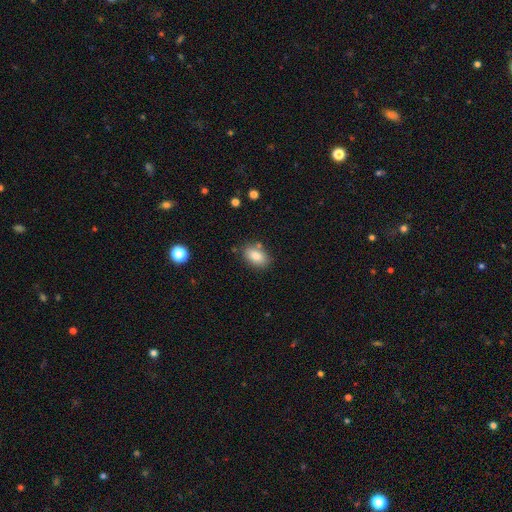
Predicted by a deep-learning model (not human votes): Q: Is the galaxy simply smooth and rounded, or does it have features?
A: smooth — 83%.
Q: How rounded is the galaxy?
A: in between — 89%.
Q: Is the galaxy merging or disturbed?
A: none — 80%.